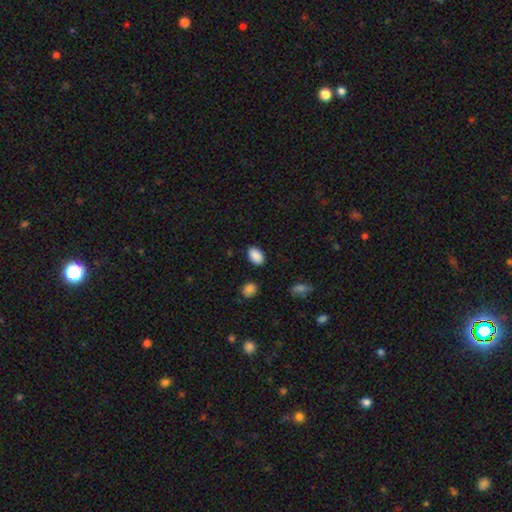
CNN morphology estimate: Q: Smooth or featured?
A: smooth (89%); runner-up: star or artifact (8%)
Q: How rounded?
A: in between (89%); runner-up: round (9%)
Q: Merging?
A: none (86%); runner-up: minor disturbance (9%)